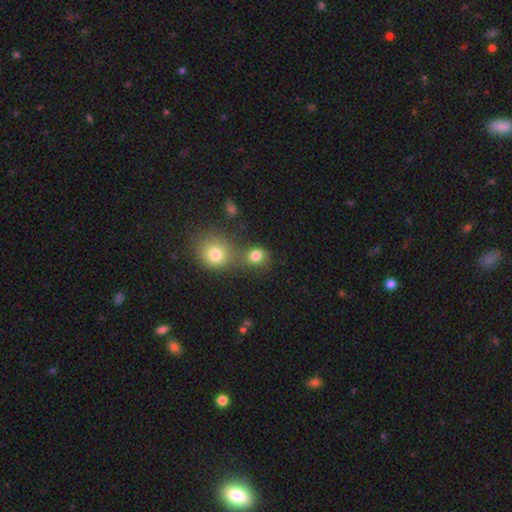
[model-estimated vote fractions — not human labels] Smooth or featured? smooth (79%)
How rounded? round (77%)
Merging? merger (45%)